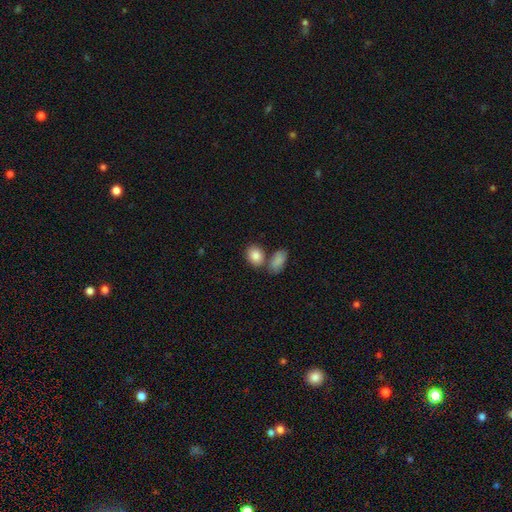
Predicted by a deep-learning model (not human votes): Smooth or featured?
  - smooth: 85% *
  - featured or disk: 7%
  - star or artifact: 7%
How rounded?
  - in between: 64% *
  - round: 34%
  - cigar-shaped: 2%
Merging?
  - none: 56% *
  - merger: 28%
  - minor disturbance: 12%
  - major disturbance: 4%